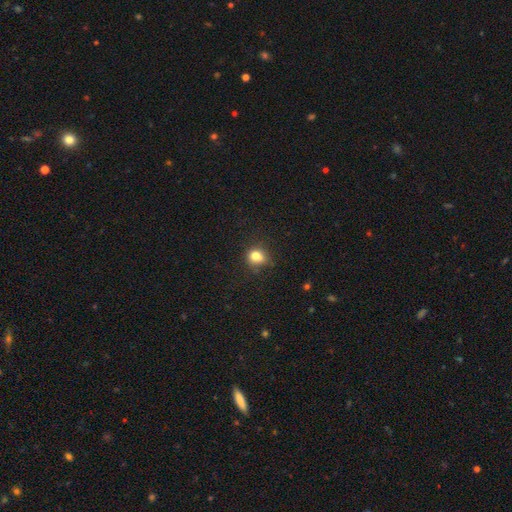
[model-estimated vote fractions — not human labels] This appears to be a smooth galaxy with no disk features (78%) that is round (70%). Merging: none (65%).